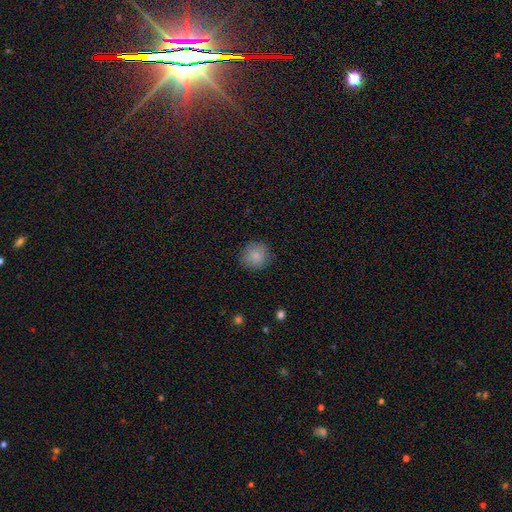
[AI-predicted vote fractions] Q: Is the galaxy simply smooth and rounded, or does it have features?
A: smooth — 87%.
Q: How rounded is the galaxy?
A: round — 89%.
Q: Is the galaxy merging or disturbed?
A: none — 88%.